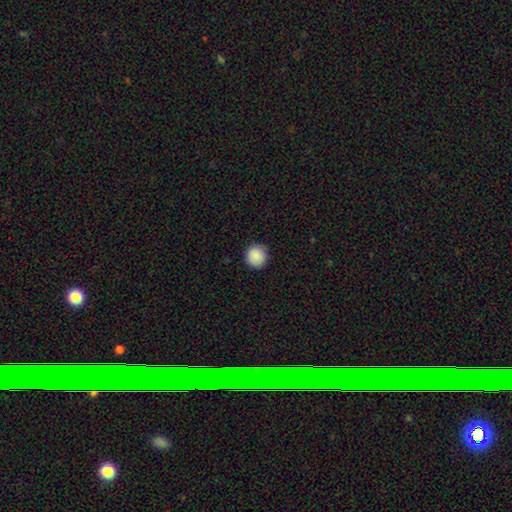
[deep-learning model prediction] smooth-or-featured: smooth: 89% | star or artifact: 8% | featured or disk: 3%
  how-rounded: round: 92% | in between: 7% | cigar-shaped: 1%
  merging: none: 89% | minor disturbance: 8% | major disturbance: 2% | merger: 1%